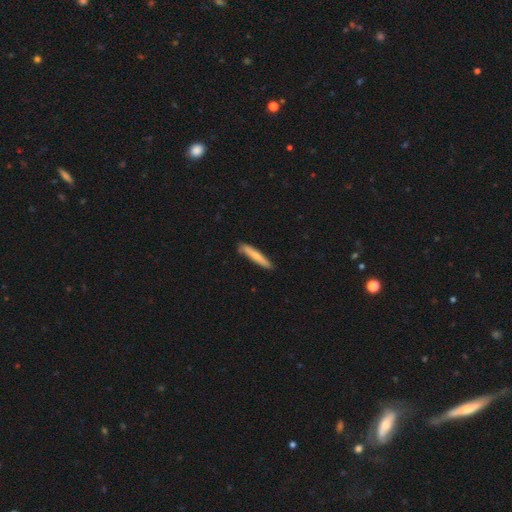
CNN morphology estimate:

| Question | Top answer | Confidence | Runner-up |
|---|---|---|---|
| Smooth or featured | smooth | 70% | featured or disk (25%) |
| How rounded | cigar-shaped | 93% | in between (6%) |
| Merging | none | 86% | minor disturbance (11%) |